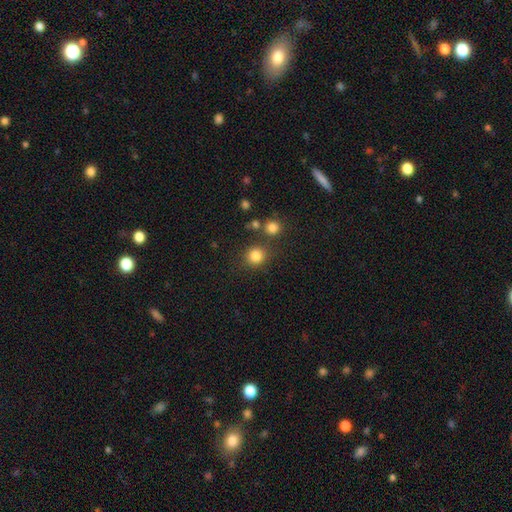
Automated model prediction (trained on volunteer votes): Overall: smooth (83%). How rounded: round (89%). Merging: none (79%).